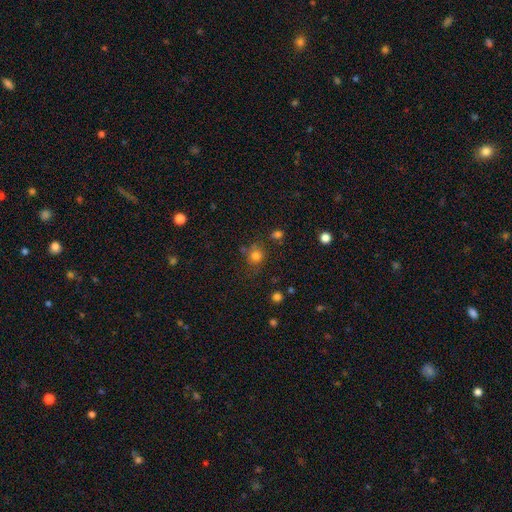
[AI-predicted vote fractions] Smooth or featured? smooth (77%)
How rounded? round (79%)
Merging? none (67%)